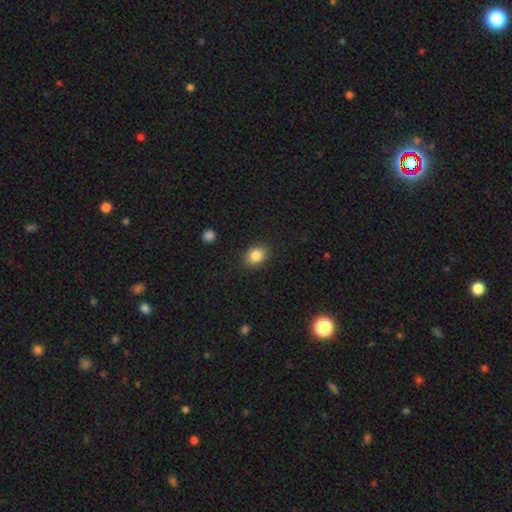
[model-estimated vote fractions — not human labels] Morphology: type=smooth (85%); roundness=in between (55%); merging=none (87%).